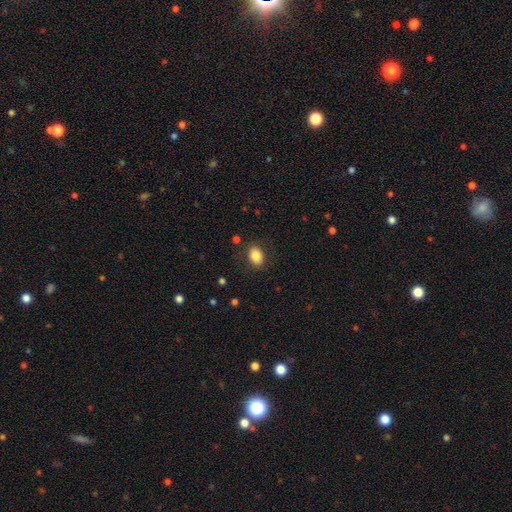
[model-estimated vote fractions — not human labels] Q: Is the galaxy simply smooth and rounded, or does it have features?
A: smooth — 83%.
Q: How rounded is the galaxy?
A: in between — 74%.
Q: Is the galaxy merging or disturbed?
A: none — 84%.